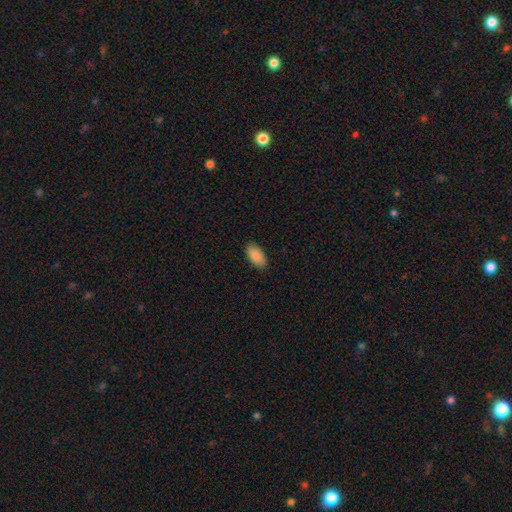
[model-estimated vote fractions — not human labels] This is clearly a smooth galaxy (89%). How rounded: clearly in between (94%). Merging: clearly none (89%).